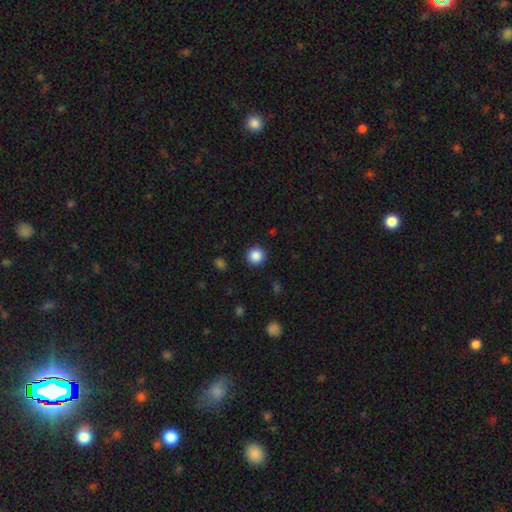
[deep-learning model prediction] Smooth or featured: smooth — 87% (star or artifact — 10%)
How rounded: round — 95% (in between — 4%)
Merging: none — 92% (minor disturbance — 5%)